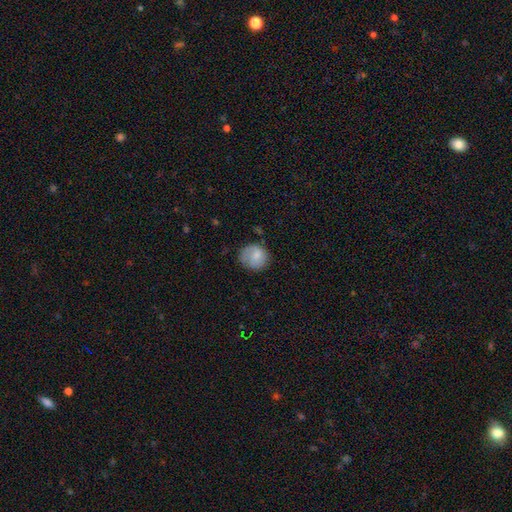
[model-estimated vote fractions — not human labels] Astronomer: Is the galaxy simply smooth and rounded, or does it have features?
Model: smooth — 73%.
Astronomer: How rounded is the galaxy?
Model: round — 81%.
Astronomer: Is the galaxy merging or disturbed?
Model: none — 62%.